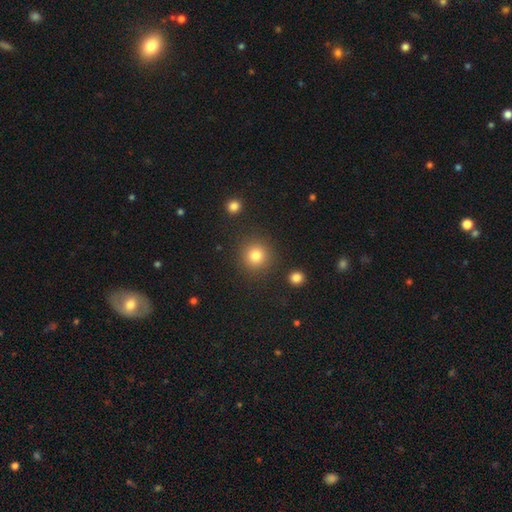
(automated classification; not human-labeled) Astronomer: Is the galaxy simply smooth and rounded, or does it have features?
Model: smooth — 81%.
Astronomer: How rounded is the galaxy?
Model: round — 93%.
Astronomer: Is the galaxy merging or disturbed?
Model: none — 87%.